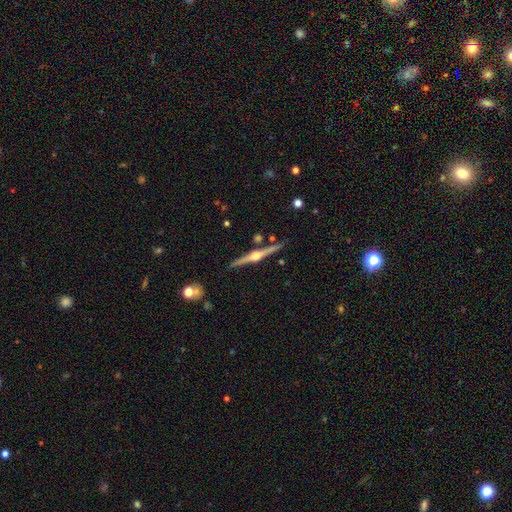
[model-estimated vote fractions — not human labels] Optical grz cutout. It shows a featured or disk galaxy (85%) viewed edge-on (99%) with a rounded central bulge (96%). Merging: none (88%).